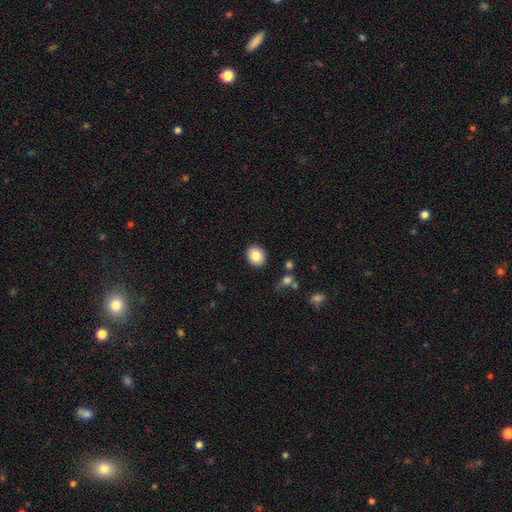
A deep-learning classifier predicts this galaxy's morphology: Smooth or featured? Predicted: smooth (p=0.84). How rounded? Predicted: round (p=0.62). Merging? Predicted: none (p=0.89).